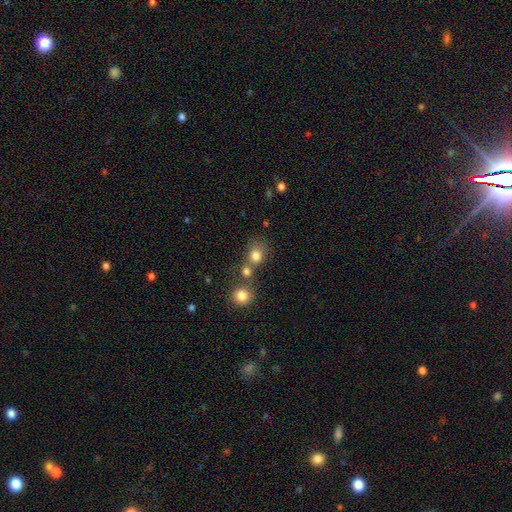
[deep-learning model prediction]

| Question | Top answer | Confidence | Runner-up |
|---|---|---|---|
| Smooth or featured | smooth | 79% | star or artifact (13%) |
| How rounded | round | 71% | in between (28%) |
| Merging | none | 48% | merger (36%) |